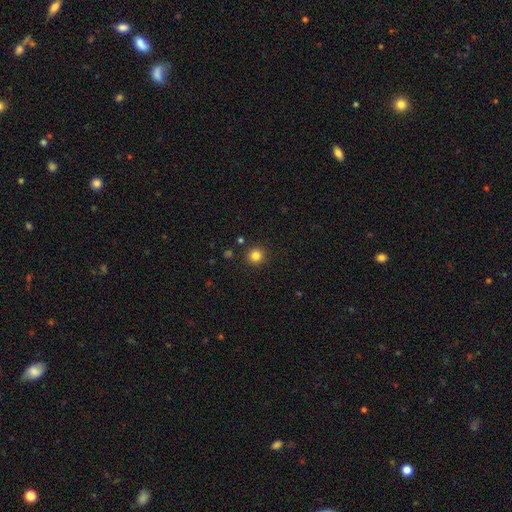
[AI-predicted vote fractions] The model was most divided on "smooth or featured": smooth: 83%, star or artifact: 12%, featured or disk: 5%. More confident: how rounded — round (95%); merging — none (91%).